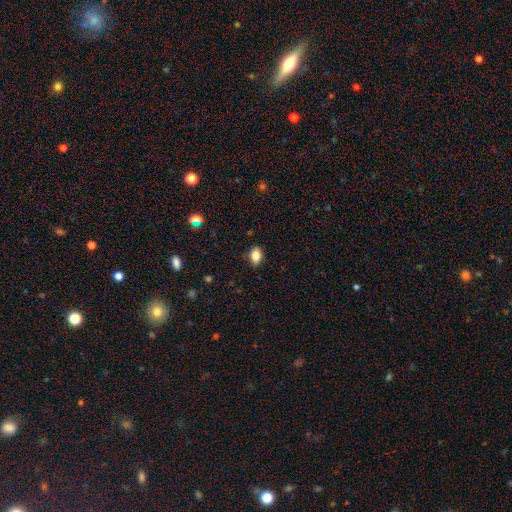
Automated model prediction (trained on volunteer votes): Morphology: type=smooth (83%); roundness=in between (80%); merging=none (84%).